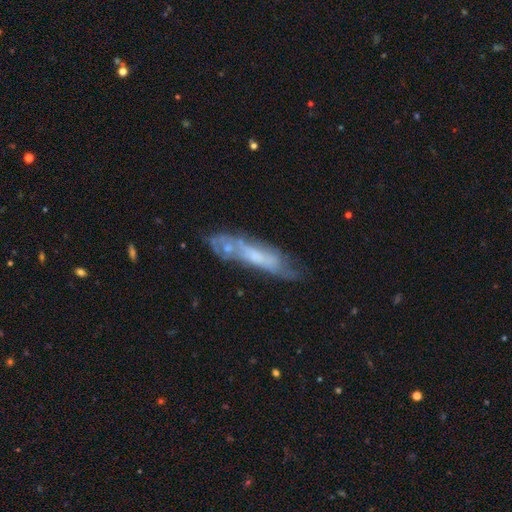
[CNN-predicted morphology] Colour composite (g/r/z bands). It shows a featured or disk galaxy (55%). Merging: none (53%).